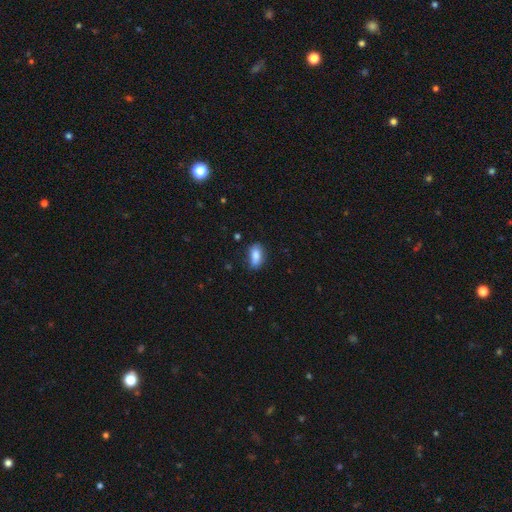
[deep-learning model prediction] Smooth or featured?
  - smooth: 83% *
  - featured or disk: 9%
  - star or artifact: 8%
How rounded?
  - in between: 87% *
  - cigar-shaped: 7%
  - round: 6%
Merging?
  - none: 66% *
  - minor disturbance: 26%
  - major disturbance: 5%
  - merger: 3%